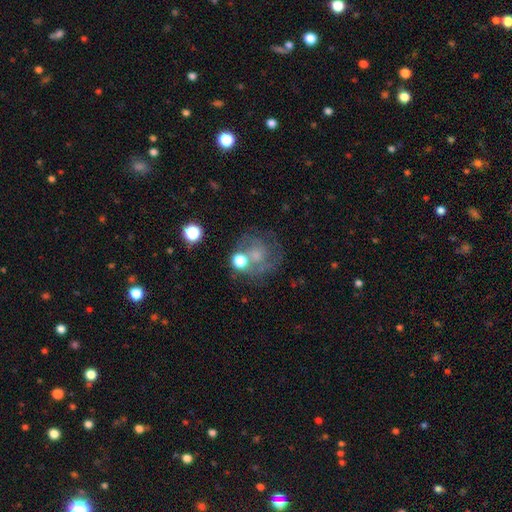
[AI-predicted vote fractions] Morphology: type=featured or disk (53%); edge-on=no (98%); bar=no (78%); spiral arms=yes (67%); bulge=moderate (36%); merging=none (56%).